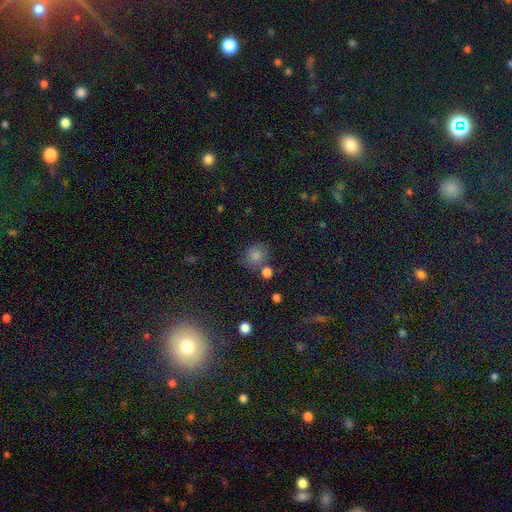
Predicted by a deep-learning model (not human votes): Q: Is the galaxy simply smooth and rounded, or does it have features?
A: smooth — 81%.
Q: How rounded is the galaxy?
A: round — 84%.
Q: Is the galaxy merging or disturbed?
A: none — 71%.